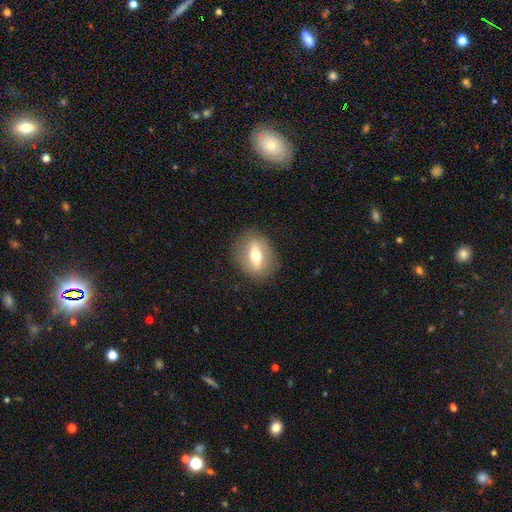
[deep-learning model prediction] featured or disk 52%, smooth 41%, star or artifact 7%. Down the decision tree: edge-on disk — no (56%); merging — none (85%).